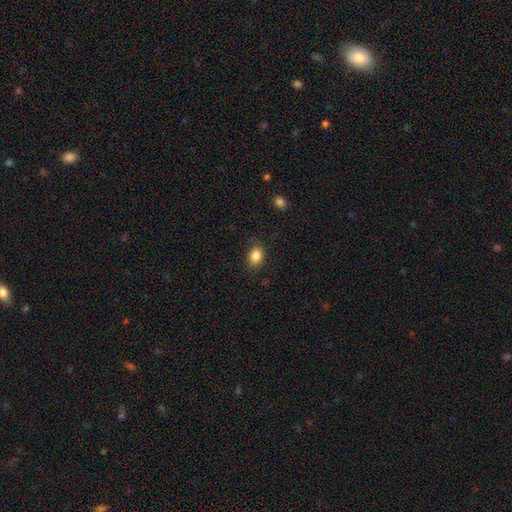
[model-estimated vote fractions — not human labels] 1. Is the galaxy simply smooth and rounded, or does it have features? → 85% smooth, 9% star or artifact, 5% featured or disk.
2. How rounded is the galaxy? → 66% in between, 33% round, 1% cigar-shaped.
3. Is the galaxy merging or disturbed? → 83% none, 12% minor disturbance, 3% major disturbance, 1% merger.